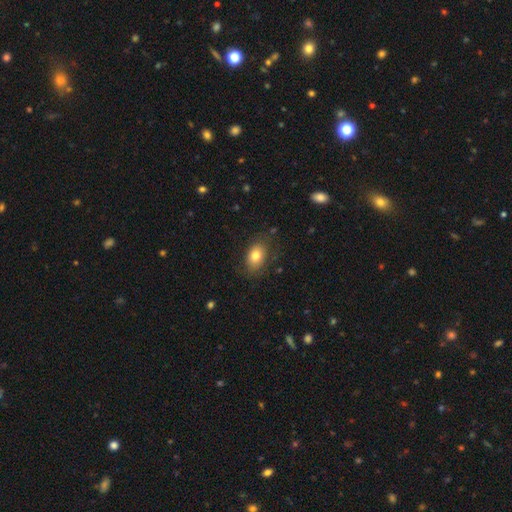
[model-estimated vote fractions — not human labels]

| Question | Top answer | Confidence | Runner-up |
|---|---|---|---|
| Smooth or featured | smooth | 77% | featured or disk (14%) |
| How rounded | in between | 79% | round (20%) |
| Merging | none | 77% | minor disturbance (16%) |